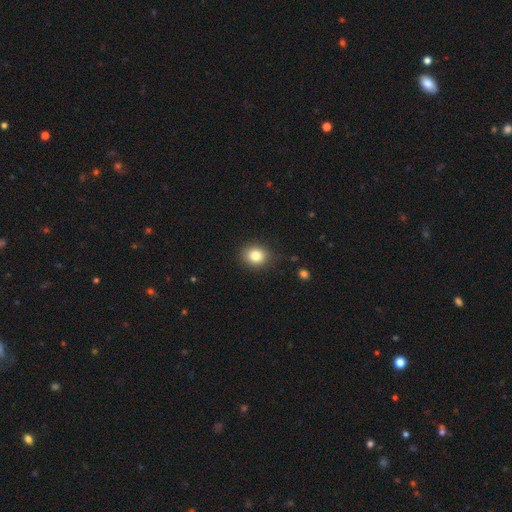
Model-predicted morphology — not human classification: smooth 82%, star or artifact 10%, featured or disk 7%. Down the decision tree: how rounded — round (65%); merging — none (86%).